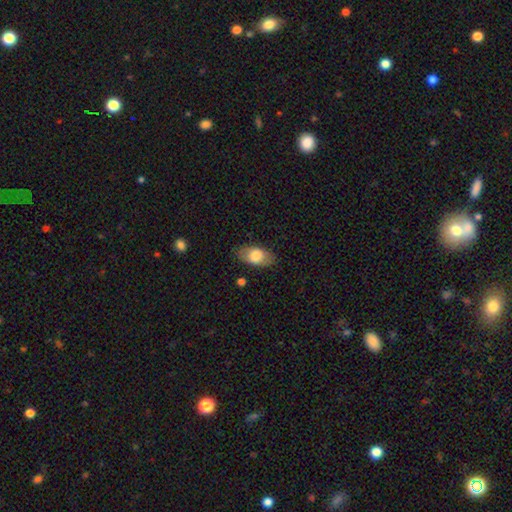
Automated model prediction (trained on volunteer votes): Smooth or featured?
  - smooth: 74% *
  - featured or disk: 19%
  - star or artifact: 7%
How rounded?
  - in between: 92% *
  - round: 5%
  - cigar-shaped: 4%
Merging?
  - none: 82% *
  - minor disturbance: 13%
  - major disturbance: 4%
  - merger: 1%